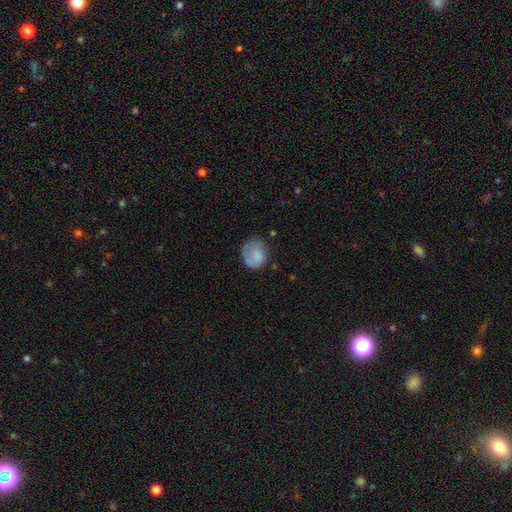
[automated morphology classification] Overall: smooth (69%). How rounded: round (67%; in between 32%). Merging: none (55%; minor disturbance 26%).